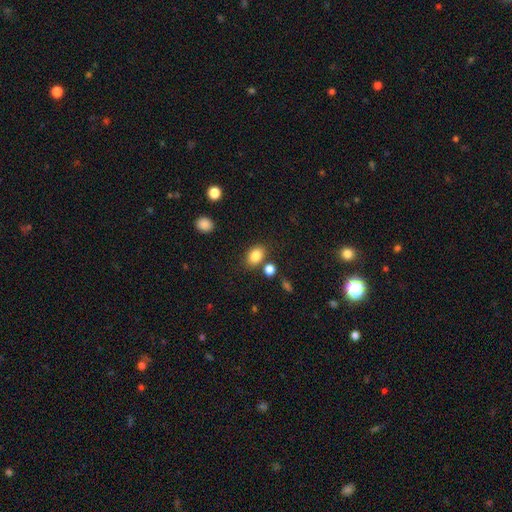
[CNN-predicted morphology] A smooth galaxy with no disk features (84%) that is in between round and cigar-shaped (76%).

Vote fractions:
- Smooth or featured? smooth: 84% / star or artifact: 9% / featured or disk: 7%
- How rounded? in between: 76% / round: 23% / cigar-shaped: 1%
- Merging? none: 74% / minor disturbance: 12% / merger: 11% / major disturbance: 4%